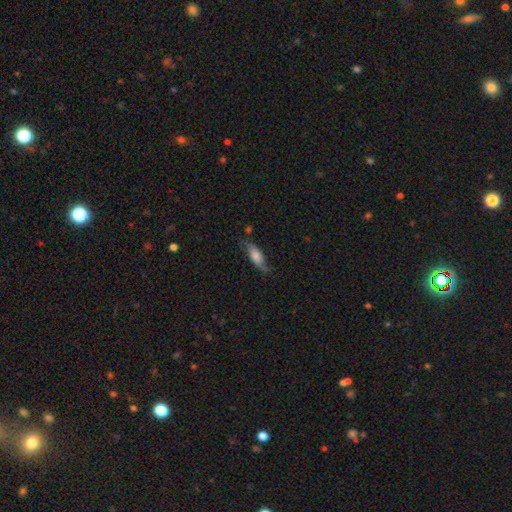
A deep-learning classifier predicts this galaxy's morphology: Smooth or featured? smooth (60%)
How rounded? in between (64%)
Merging? none (66%)